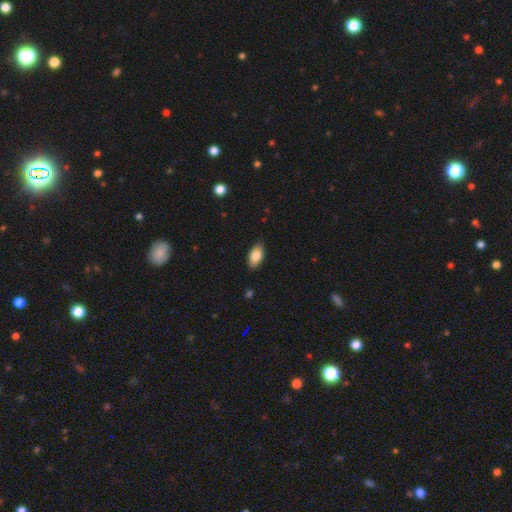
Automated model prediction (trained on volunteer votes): Overall: smooth (85%). How rounded: in between (93%). Merging: none (85%).